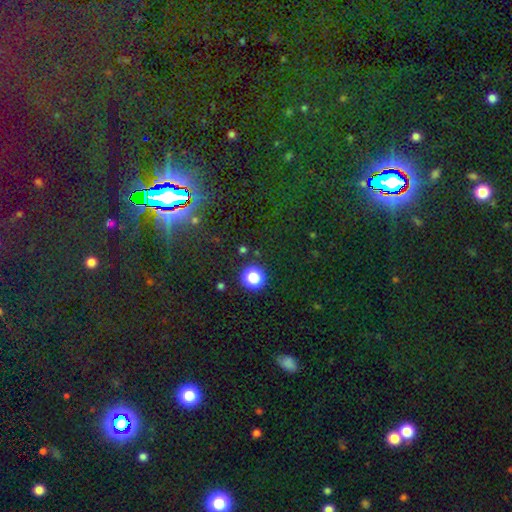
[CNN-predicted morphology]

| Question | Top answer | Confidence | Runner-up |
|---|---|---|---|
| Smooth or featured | star or artifact | 79% | smooth (13%) |